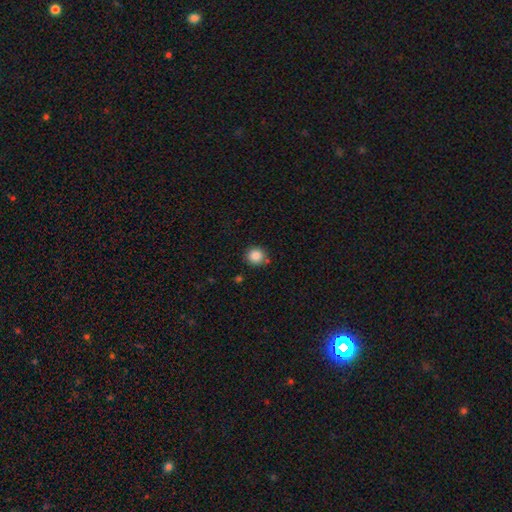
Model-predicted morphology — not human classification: A smooth galaxy with no disk features (86%) that is round (91%).

Vote fractions:
- Smooth or featured? smooth: 86% / star or artifact: 10% / featured or disk: 5%
- How rounded? round: 91% / in between: 8% / cigar-shaped: 1%
- Merging? none: 81% / minor disturbance: 12% / merger: 5% / major disturbance: 3%